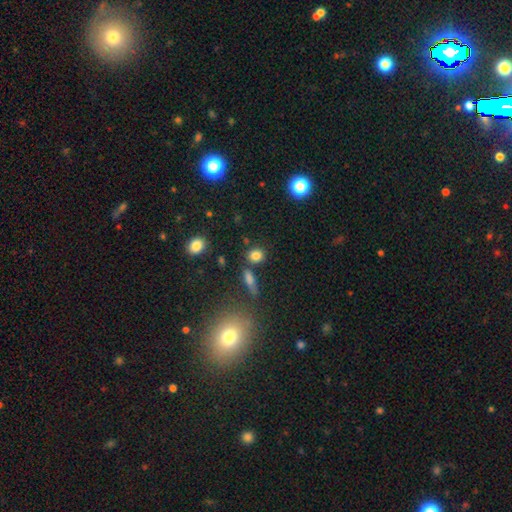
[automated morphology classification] This is clearly a smooth galaxy (81%). How rounded: likely round (66%). Merging: likely none (76%).